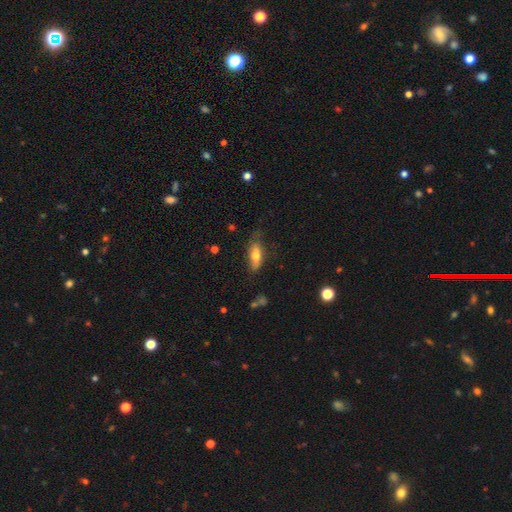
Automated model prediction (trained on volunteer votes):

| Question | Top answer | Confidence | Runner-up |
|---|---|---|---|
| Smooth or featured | smooth | 65% | featured or disk (28%) |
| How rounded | in between | 67% | cigar-shaped (30%) |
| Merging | none | 61% | minor disturbance (28%) |